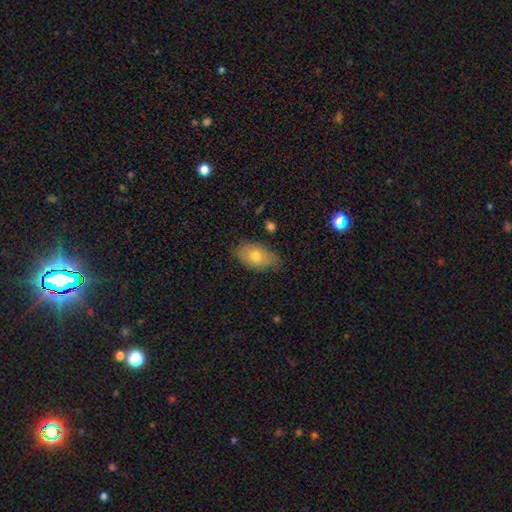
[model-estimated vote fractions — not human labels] Smooth or featured? Predicted: smooth (p=0.73). How rounded? Predicted: in between (p=0.90). Merging? Predicted: none (p=0.76).